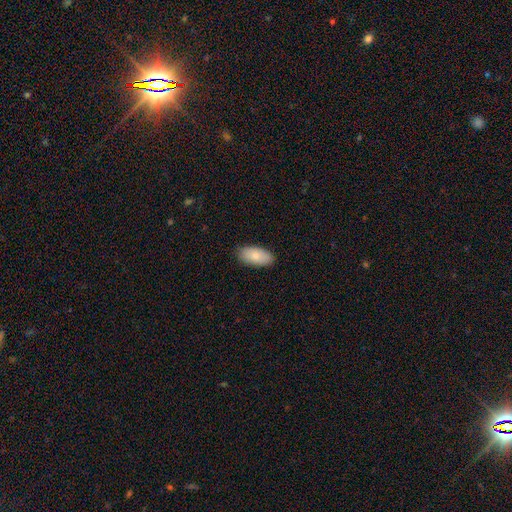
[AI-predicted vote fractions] smooth 84%, featured or disk 10%, star or artifact 6%. Down the decision tree: how rounded — in between (93%); merging — none (86%).